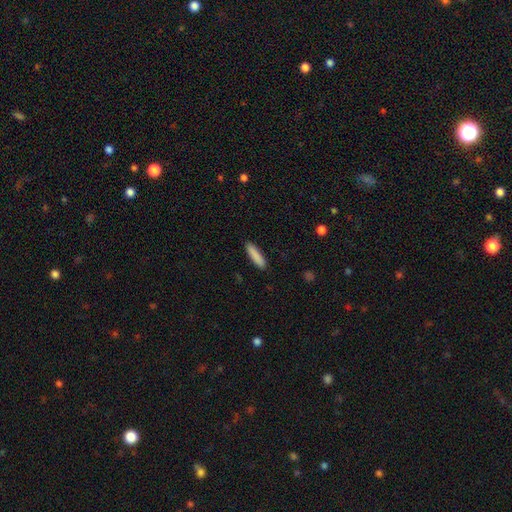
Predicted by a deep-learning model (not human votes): This appears to be a smooth galaxy with no disk features (87%) that is cigar-shaped (79%). Merging: none (90%).